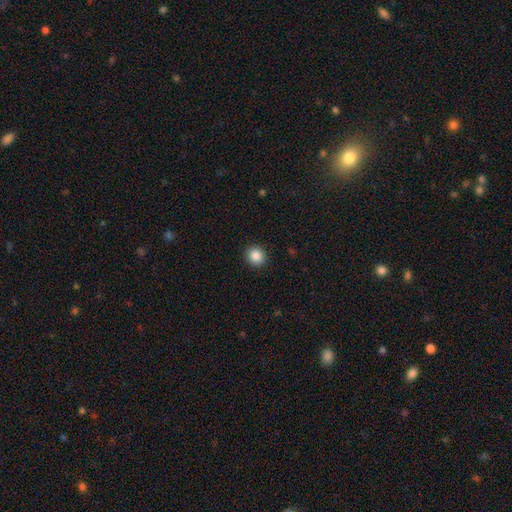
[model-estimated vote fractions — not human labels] Morphology: type=smooth (86%); roundness=round (88%); merging=none (92%).